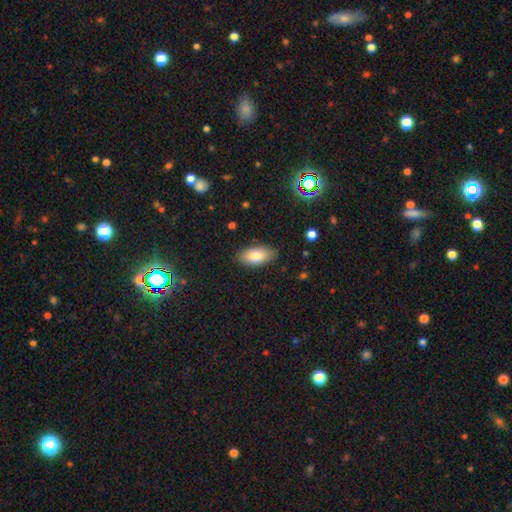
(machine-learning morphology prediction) Q: Smooth or featured?
A: smooth (80%); runner-up: featured or disk (13%)
Q: How rounded?
A: in between (92%); runner-up: cigar-shaped (5%)
Q: Merging?
A: none (87%); runner-up: minor disturbance (10%)